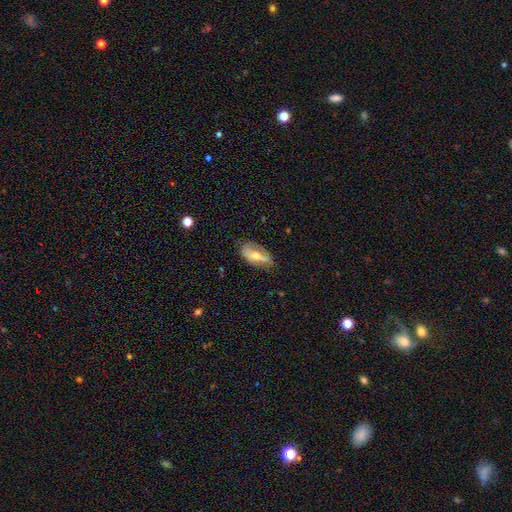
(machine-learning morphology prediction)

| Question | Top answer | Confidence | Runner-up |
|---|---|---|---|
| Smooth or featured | featured or disk | 55% | smooth (37%) |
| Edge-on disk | no | 81% | yes (19%) |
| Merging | none | 68% | minor disturbance (23%) |